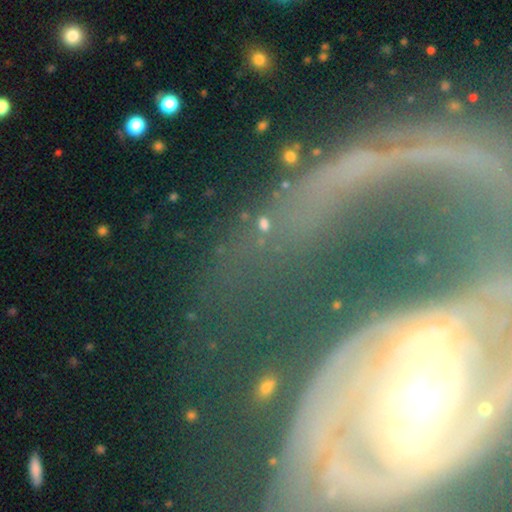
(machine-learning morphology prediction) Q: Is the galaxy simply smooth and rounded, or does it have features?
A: featured or disk — 51%.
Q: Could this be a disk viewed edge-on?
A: no — 76%.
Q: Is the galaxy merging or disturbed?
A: none — 56%.